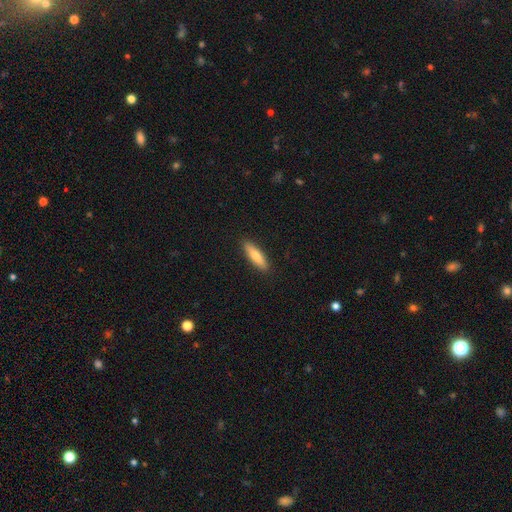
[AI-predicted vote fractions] A smooth galaxy with no disk features (73%) that is cigar-shaped (66%).

Vote fractions:
- Smooth or featured? smooth: 73% / featured or disk: 21% / star or artifact: 6%
- How rounded? cigar-shaped: 66% / in between: 32% / round: 2%
- Merging? none: 90% / minor disturbance: 7% / major disturbance: 2% / merger: 1%